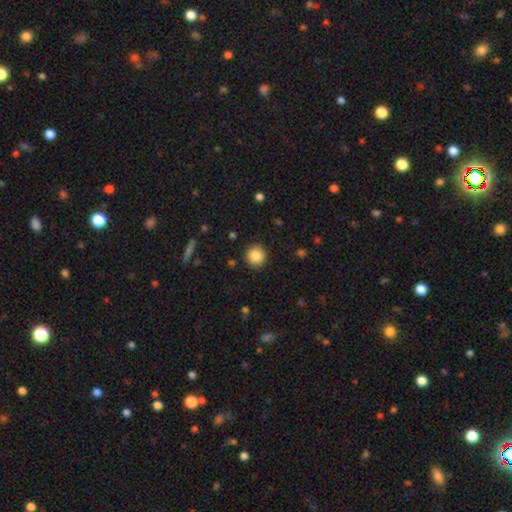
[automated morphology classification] smooth 85%, star or artifact 10%, featured or disk 5%. Down the decision tree: how rounded — round (95%); merging — none (91%).